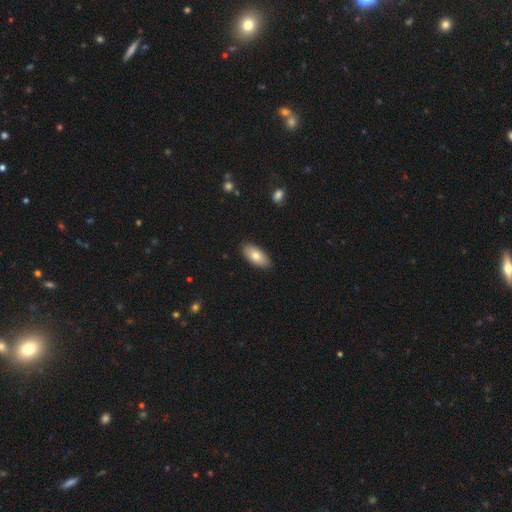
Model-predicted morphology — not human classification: Smooth or featured? Predicted: smooth (p=0.78). How rounded? Predicted: in between (p=0.91). Merging? Predicted: none (p=0.88).